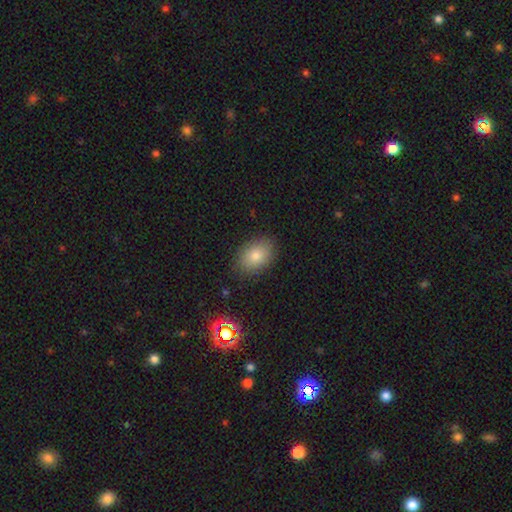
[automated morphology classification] smooth 79%, star or artifact 11%, featured or disk 10%. Down the decision tree: how rounded — in between (81%); merging — none (86%).